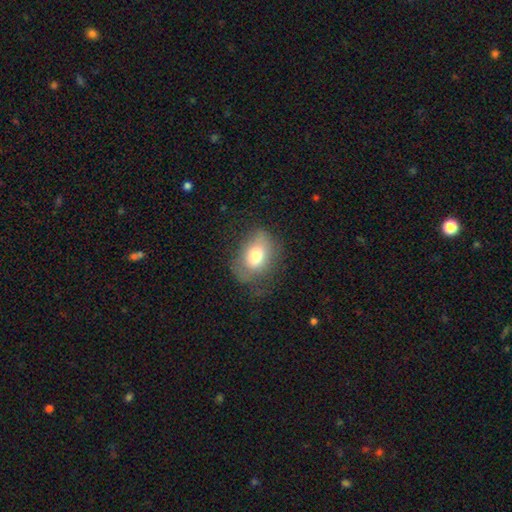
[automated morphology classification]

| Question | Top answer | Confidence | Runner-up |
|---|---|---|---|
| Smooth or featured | smooth | 73% | featured or disk (18%) |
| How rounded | in between | 72% | round (27%) |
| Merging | none | 54% | minor disturbance (28%) |